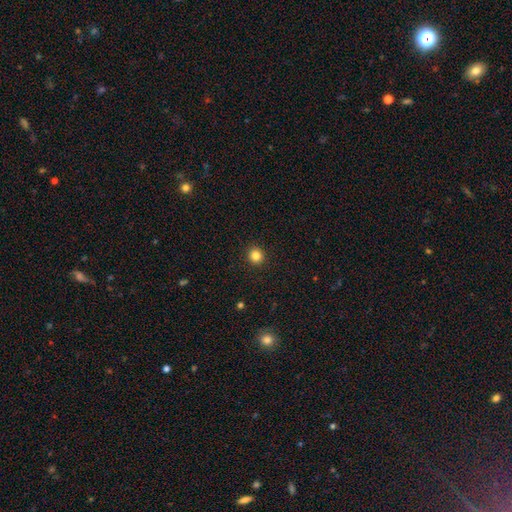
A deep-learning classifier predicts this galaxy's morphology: smooth-or-featured: smooth: 84% | star or artifact: 12% | featured or disk: 4%
  how-rounded: round: 91% | in between: 8% | cigar-shaped: 1%
  merging: none: 93% | minor disturbance: 5% | major disturbance: 2% | merger: 1%